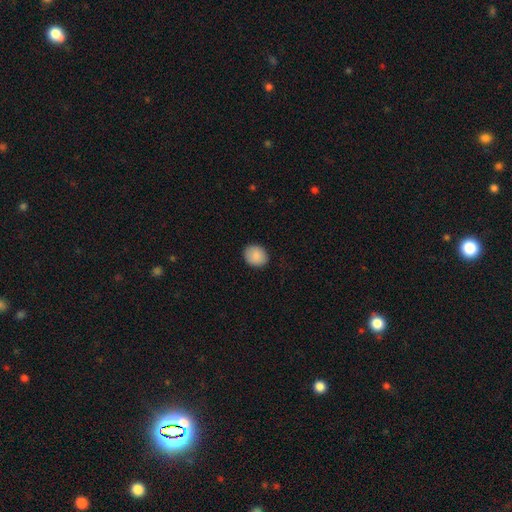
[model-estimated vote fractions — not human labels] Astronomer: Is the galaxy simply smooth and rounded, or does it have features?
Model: smooth — 89%.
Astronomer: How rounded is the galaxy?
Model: round — 64%.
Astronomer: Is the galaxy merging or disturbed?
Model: none — 89%.